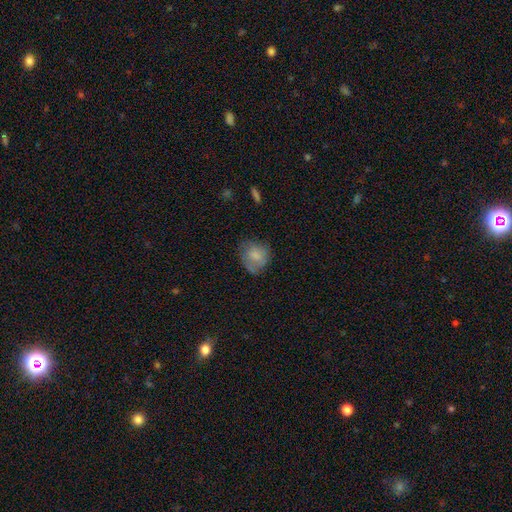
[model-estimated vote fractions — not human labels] Morphology: type=smooth (74%); roundness=round (72%); merging=none (60%).